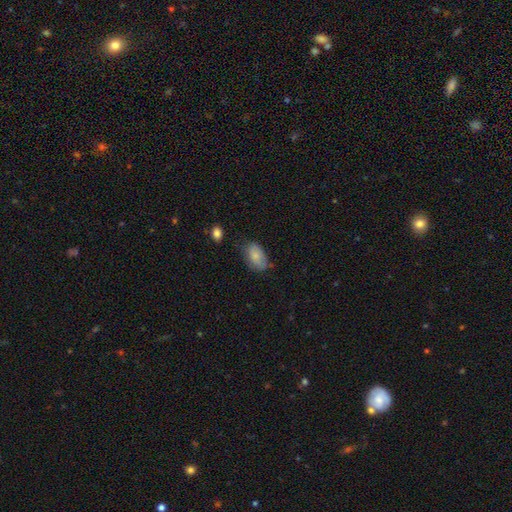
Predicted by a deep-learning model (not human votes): This is clearly a smooth galaxy (81%). How rounded: clearly in between (91%). Merging: possibly none (58%).